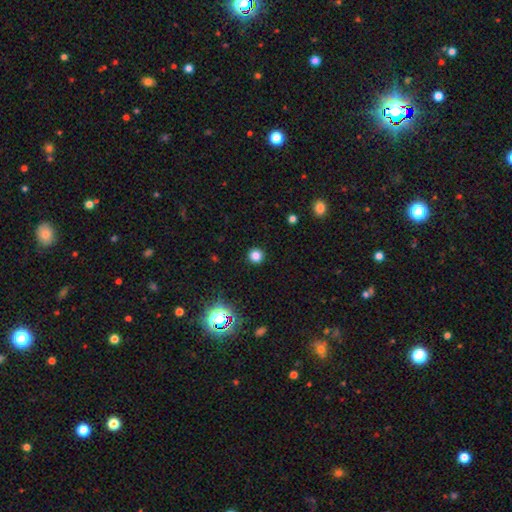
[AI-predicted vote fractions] Morphology: type=smooth (82%); roundness=round (95%); merging=none (92%).